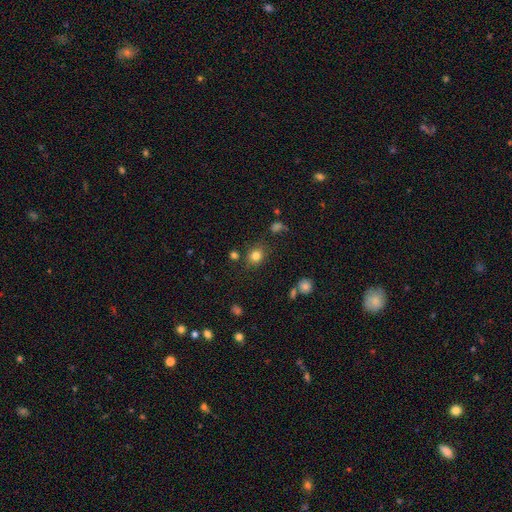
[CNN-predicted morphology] smooth 81%, star or artifact 13%, featured or disk 6%. Down the decision tree: how rounded — round (69%); merging — none (80%).